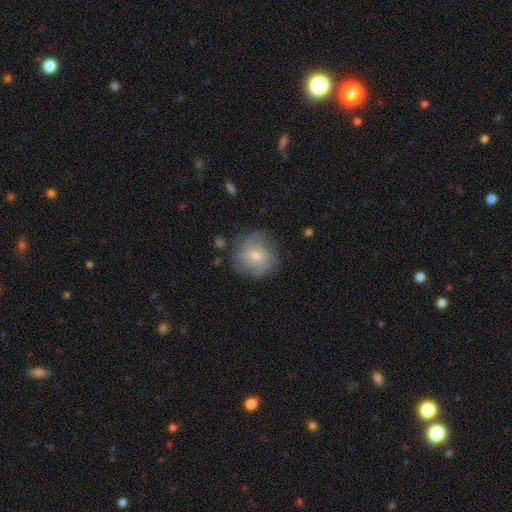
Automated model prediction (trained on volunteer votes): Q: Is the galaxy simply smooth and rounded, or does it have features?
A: featured or disk — 62%.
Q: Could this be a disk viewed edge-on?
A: no — 97%.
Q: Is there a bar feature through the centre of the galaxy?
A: no — 60%.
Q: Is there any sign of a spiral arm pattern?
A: yes — 85%.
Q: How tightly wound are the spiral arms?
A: tight — 48%.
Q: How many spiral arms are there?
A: can't tell — 43%.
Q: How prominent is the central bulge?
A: small — 53%.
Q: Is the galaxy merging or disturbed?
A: none — 72%.